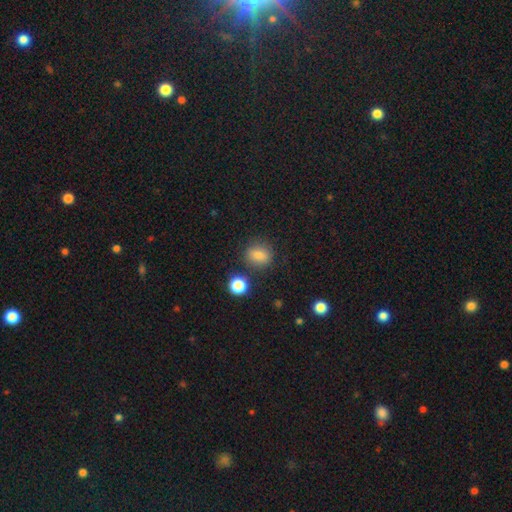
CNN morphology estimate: This is likely a smooth galaxy (78%). How rounded: possibly round (57%). Merging: clearly none (82%).